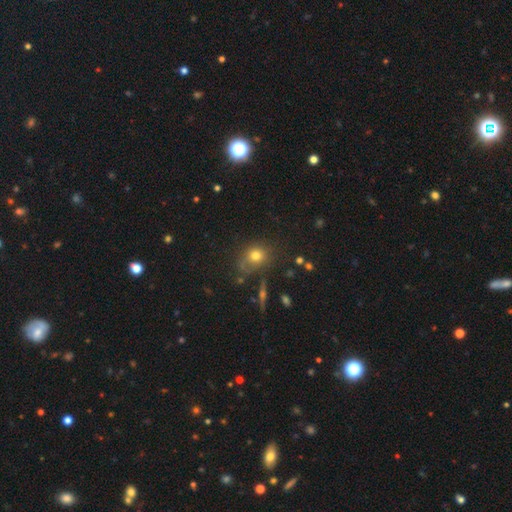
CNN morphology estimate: Q: Smooth or featured?
A: smooth (72%); runner-up: star or artifact (15%)
Q: How rounded?
A: round (69%); runner-up: in between (29%)
Q: Merging?
A: none (66%); runner-up: minor disturbance (20%)